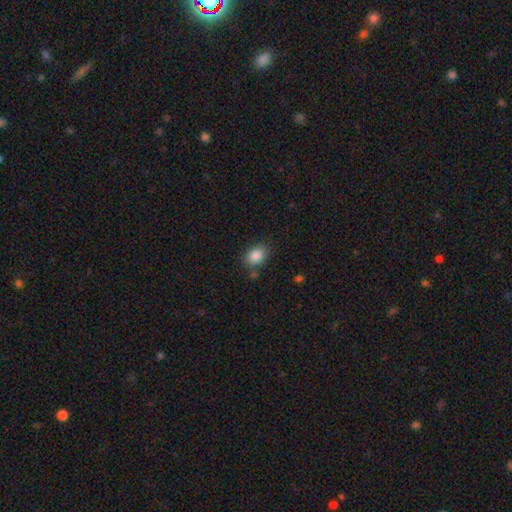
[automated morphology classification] Smooth or featured?
  - smooth: 86% *
  - star or artifact: 9%
  - featured or disk: 5%
How rounded?
  - in between: 72% *
  - round: 27%
  - cigar-shaped: 1%
Merging?
  - none: 79% *
  - minor disturbance: 14%
  - merger: 4%
  - major disturbance: 4%